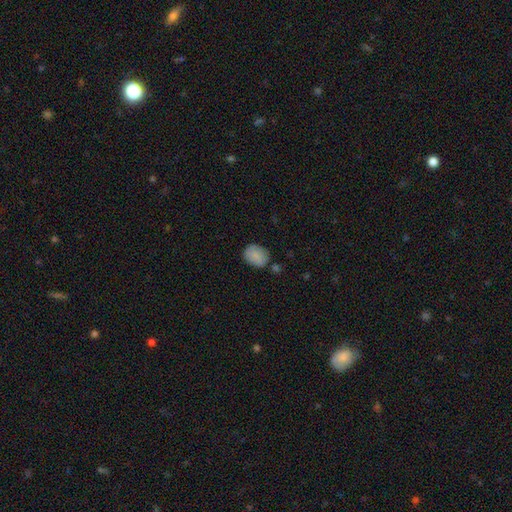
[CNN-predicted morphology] type=smooth (85%); roundness=in between (59%); merging=none (72%).